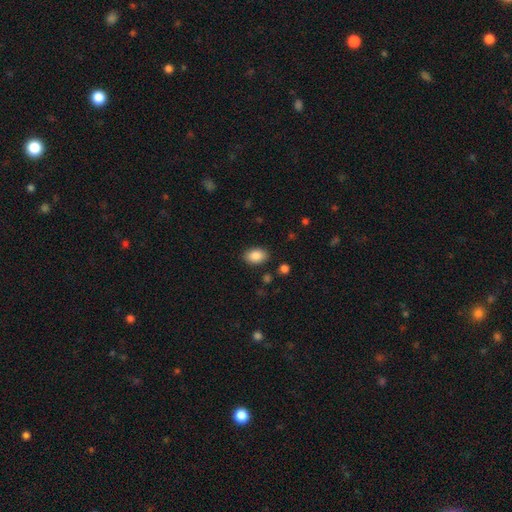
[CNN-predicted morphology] A smooth galaxy with no disk features (87%) that is in between round and cigar-shaped (86%). Merging: none (86%).